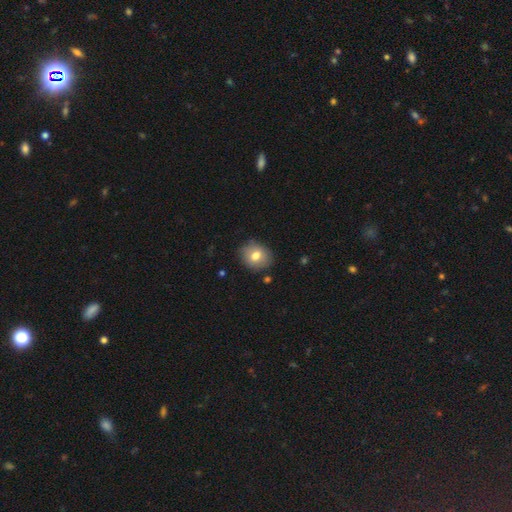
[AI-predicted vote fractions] A smooth galaxy with no disk features (75%) that is round (65%).

Vote fractions:
- Smooth or featured? smooth: 75% / featured or disk: 16% / star or artifact: 9%
- How rounded? round: 65% / in between: 34% / cigar-shaped: 1%
- Merging? none: 84% / minor disturbance: 12% / major disturbance: 3% / merger: 2%